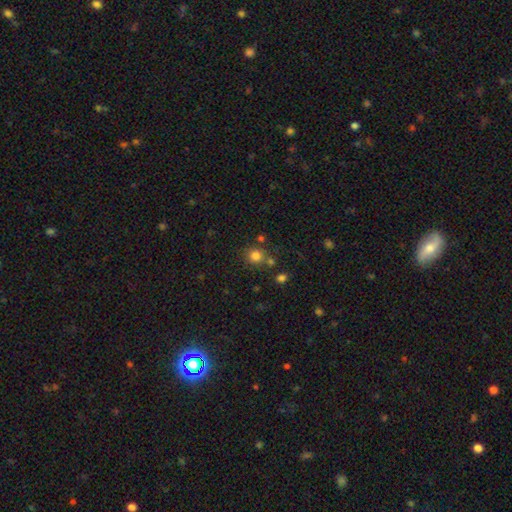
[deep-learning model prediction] Q: Smooth or featured?
A: smooth (80%); runner-up: star or artifact (14%)
Q: How rounded?
A: round (90%); runner-up: in between (9%)
Q: Merging?
A: none (75%); runner-up: merger (12%)